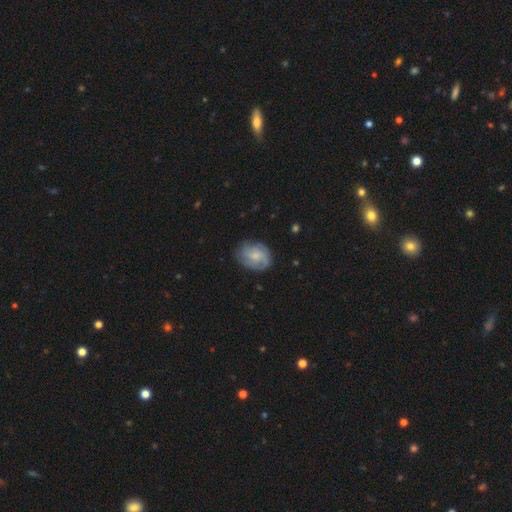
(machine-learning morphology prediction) smooth_or_featured: smooth (p=0.48) [alt: featured or disk p=0.45]
merging: none (p=0.69) [alt: minor disturbance p=0.22]